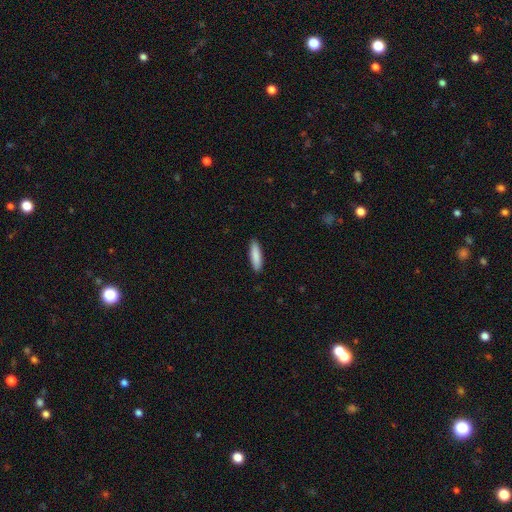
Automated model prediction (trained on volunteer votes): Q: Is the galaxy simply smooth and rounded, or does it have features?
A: smooth — 88%.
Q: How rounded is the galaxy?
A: cigar-shaped — 70%.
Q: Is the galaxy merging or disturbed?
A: none — 90%.